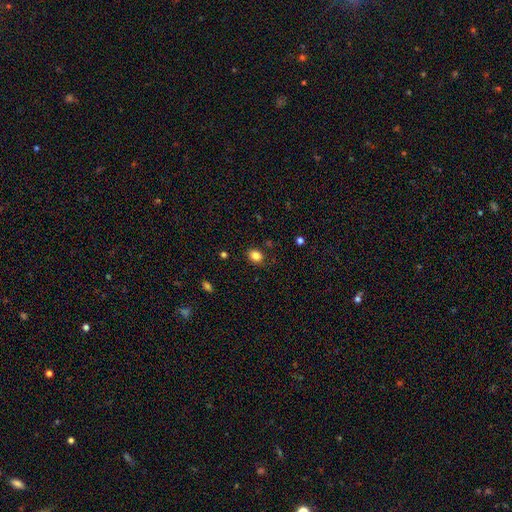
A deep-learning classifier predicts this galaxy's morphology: This appears to be a smooth galaxy with no disk features (84%) that is in between round and cigar-shaped (50%). Merging: none (85%).